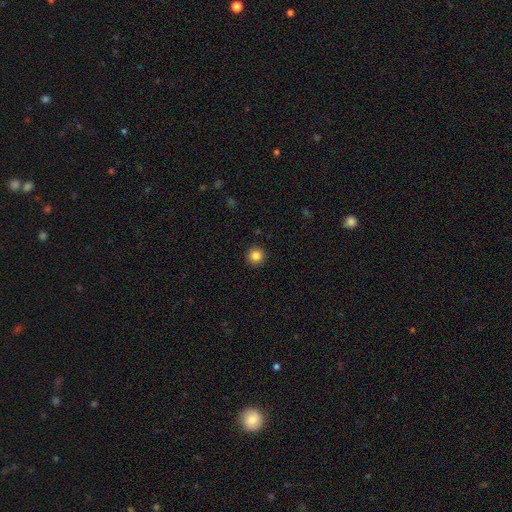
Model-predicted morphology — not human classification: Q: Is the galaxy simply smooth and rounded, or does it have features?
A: smooth — 85%.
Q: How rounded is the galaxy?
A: round — 95%.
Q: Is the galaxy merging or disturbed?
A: none — 92%.